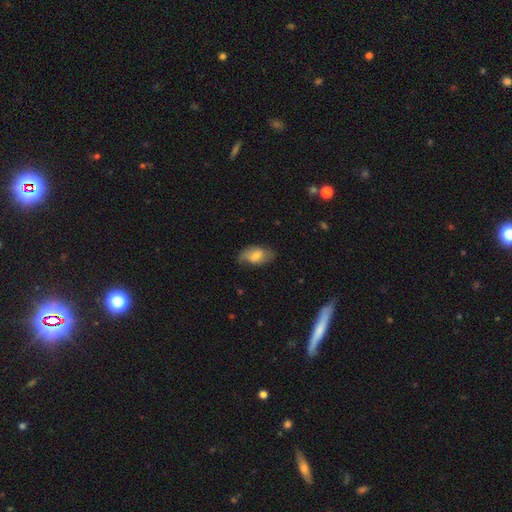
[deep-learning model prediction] The model was most divided on "smooth or featured": smooth: 59%, featured or disk: 34%, star or artifact: 7%. More confident: how rounded — in between (91%); merging — none (69%).